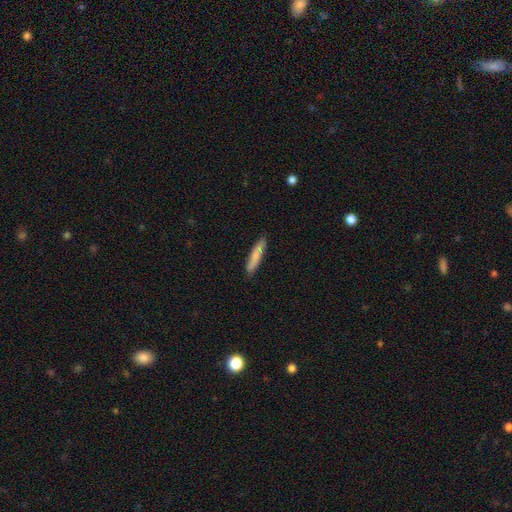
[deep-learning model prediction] Smooth or featured? smooth (75%)
How rounded? cigar-shaped (87%)
Merging? none (84%)